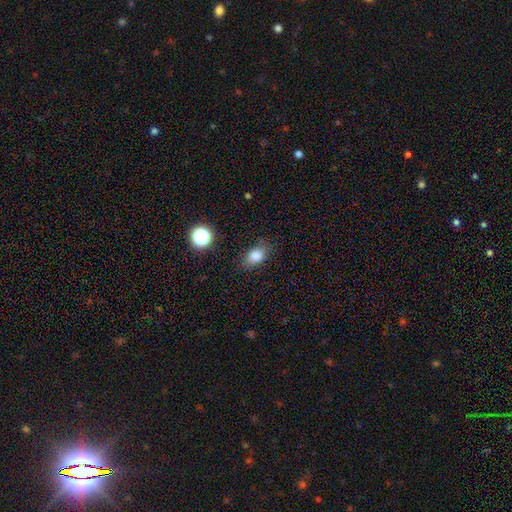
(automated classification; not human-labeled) Smooth or featured: smooth — 81% (star or artifact — 11%)
How rounded: in between — 79% (round — 18%)
Merging: none — 81% (minor disturbance — 14%)